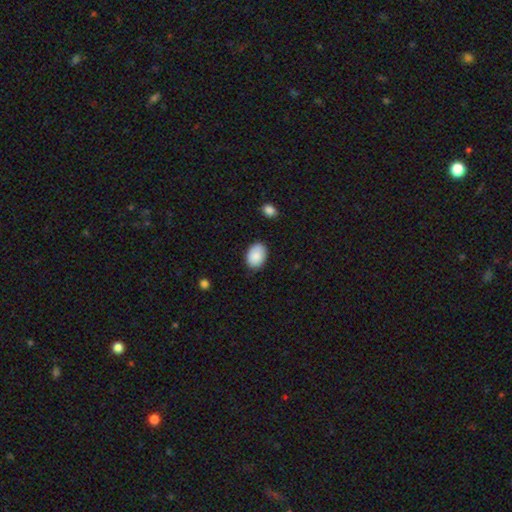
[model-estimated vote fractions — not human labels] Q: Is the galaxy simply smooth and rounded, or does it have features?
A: smooth — 88%.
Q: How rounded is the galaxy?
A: in between — 80%.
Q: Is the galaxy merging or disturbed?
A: none — 83%.